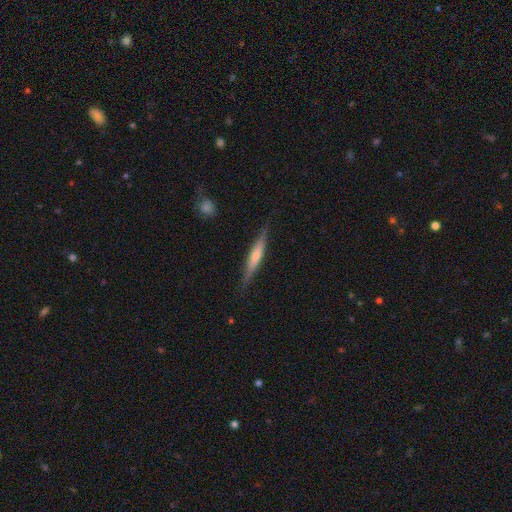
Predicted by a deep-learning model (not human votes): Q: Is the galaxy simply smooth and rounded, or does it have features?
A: featured or disk — 58%.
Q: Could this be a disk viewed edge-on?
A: yes — 96%.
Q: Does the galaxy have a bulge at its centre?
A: rounded — 57%.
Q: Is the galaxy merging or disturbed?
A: none — 87%.